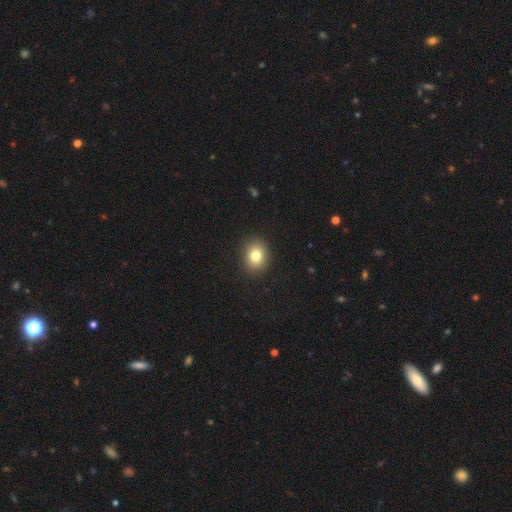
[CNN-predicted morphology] Smooth or featured: smooth — 81% (star or artifact — 11%)
How rounded: round — 54% (in between — 45%)
Merging: none — 89% (minor disturbance — 8%)